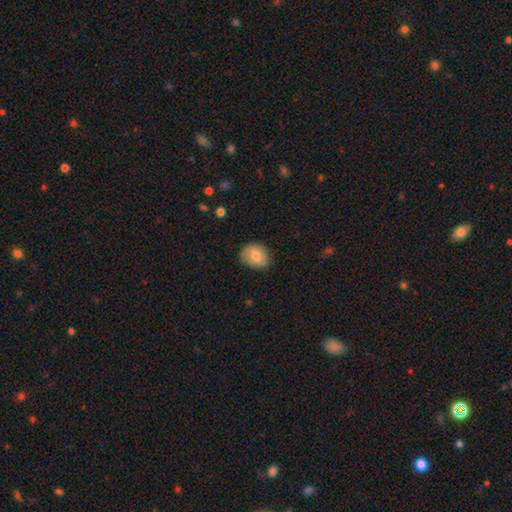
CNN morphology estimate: A smooth galaxy with no disk features (75%) that is round (57%).

Vote fractions:
- Smooth or featured? smooth: 75% / featured or disk: 18% / star or artifact: 7%
- How rounded? round: 57% / in between: 42% / cigar-shaped: 1%
- Merging? none: 77% / minor disturbance: 18% / major disturbance: 3% / merger: 1%